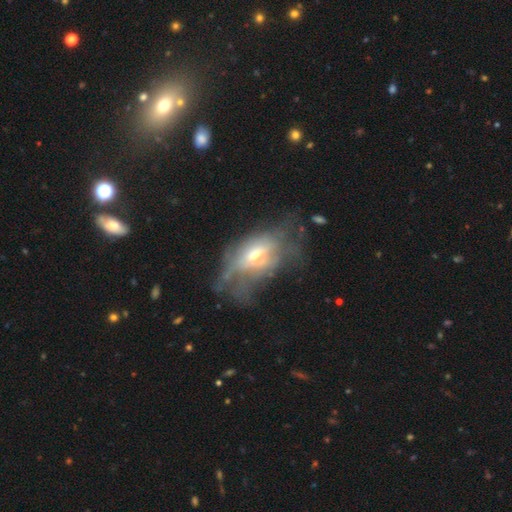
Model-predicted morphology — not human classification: Overall: featured or disk (53%; smooth 37%). Edge-on disk: no (87%). Merging: major disturbance (45%; none 26%).